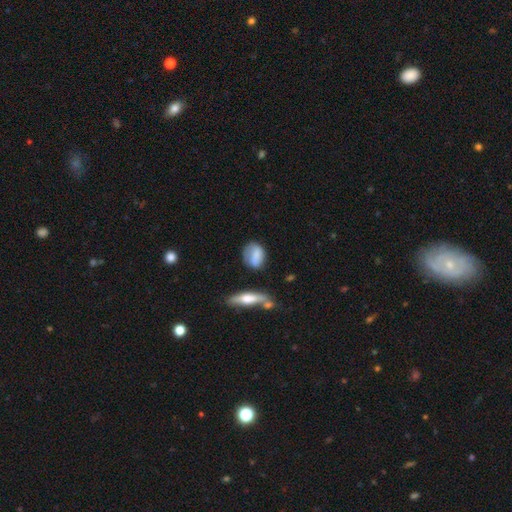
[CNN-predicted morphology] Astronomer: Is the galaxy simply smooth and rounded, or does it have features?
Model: smooth — 75%.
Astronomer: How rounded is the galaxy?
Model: in between — 65%.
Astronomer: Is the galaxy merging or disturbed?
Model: none — 56%.